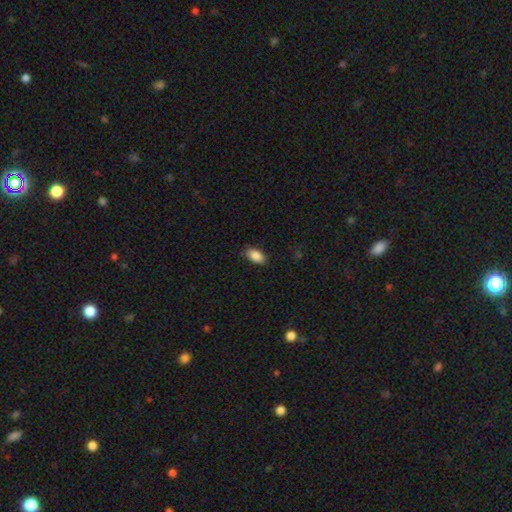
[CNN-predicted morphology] Smooth or featured? Predicted: smooth (p=0.87). How rounded? Predicted: in between (p=0.93). Merging? Predicted: none (p=0.84).